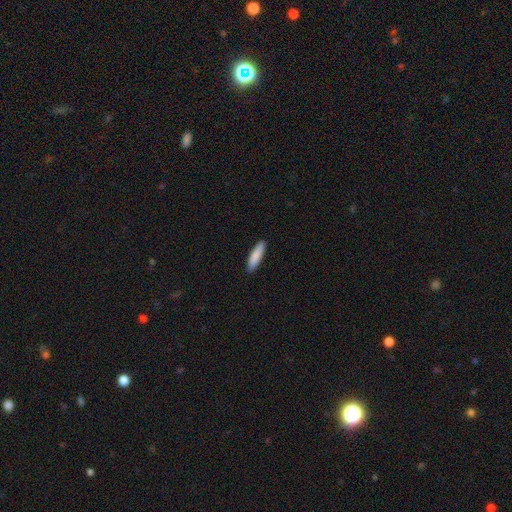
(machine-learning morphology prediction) Smooth or featured? Predicted: smooth (p=0.86). How rounded? Predicted: cigar-shaped (p=0.75). Merging? Predicted: none (p=0.90).